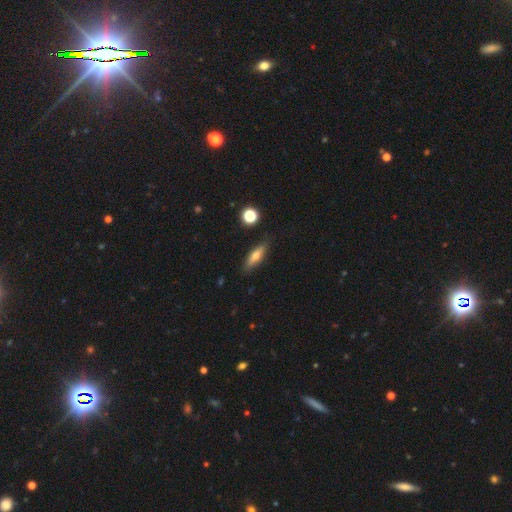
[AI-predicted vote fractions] This appears to be a smooth galaxy with no disk features (60%) that is cigar-shaped (55%). Merging: none (85%).